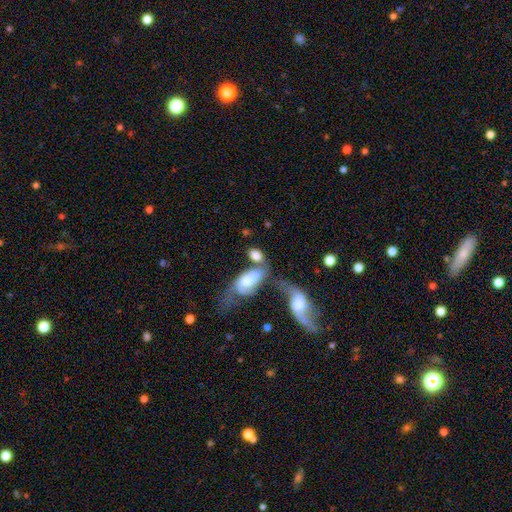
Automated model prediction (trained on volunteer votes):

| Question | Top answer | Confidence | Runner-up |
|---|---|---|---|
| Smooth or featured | smooth | 70% | featured or disk (23%) |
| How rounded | in between | 87% | round (8%) |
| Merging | merger | 50% | none (27%) |